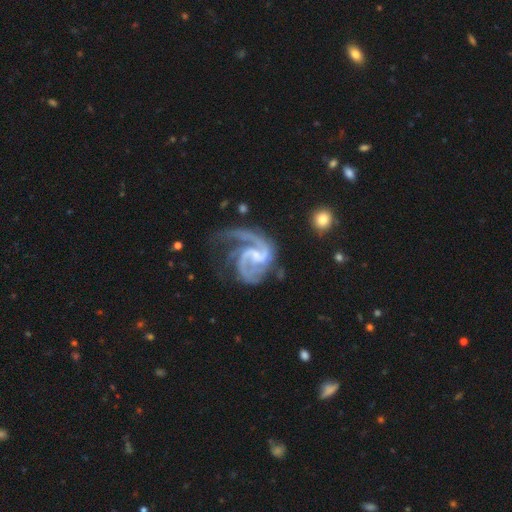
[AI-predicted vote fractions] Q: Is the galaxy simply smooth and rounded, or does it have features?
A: featured or disk — 93%.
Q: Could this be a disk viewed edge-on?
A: no — 98%.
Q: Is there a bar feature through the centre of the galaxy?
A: weak — 51%.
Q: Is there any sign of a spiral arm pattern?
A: yes — 98%.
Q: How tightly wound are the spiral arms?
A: medium — 57%.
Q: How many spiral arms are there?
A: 2 — 64%.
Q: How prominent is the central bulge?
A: small — 58%.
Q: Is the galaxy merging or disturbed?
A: none — 42%.